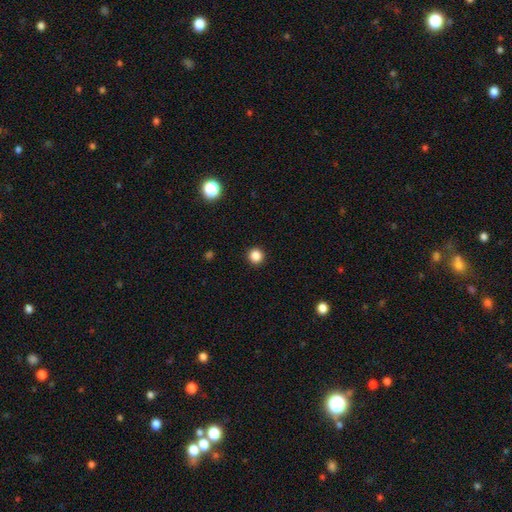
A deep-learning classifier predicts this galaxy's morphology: Smooth or featured? smooth (85%)
How rounded? round (96%)
Merging? none (93%)